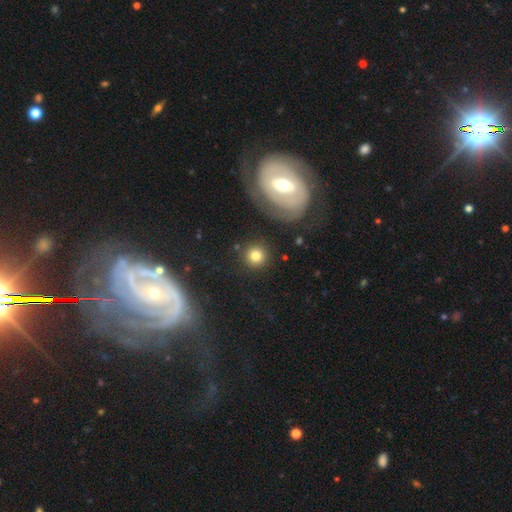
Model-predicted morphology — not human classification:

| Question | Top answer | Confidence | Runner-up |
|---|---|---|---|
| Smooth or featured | smooth | 77% | featured or disk (12%) |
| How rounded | round | 93% | in between (6%) |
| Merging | none | 84% | minor disturbance (8%) |